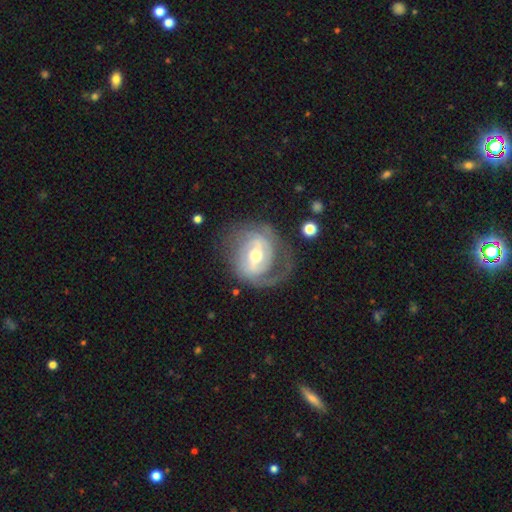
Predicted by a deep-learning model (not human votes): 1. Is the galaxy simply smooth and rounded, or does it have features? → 80% featured or disk, 14% smooth, 5% star or artifact.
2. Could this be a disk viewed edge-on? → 96% no, 4% yes.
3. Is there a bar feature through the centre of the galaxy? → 45% weak, 35% strong, 20% no.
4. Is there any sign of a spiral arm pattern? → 85% yes, 15% no.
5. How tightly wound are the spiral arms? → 43% tight, 38% medium, 19% loose.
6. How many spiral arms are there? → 55% 2, 20% can't tell, 15% 1, 6% 3, 2% 4, 2% more than 4.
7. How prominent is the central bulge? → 65% moderate, 28% small, 6% large, 1% none, 1% dominant.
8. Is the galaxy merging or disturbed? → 58% none, 21% major disturbance, 20% minor disturbance, 2% merger.